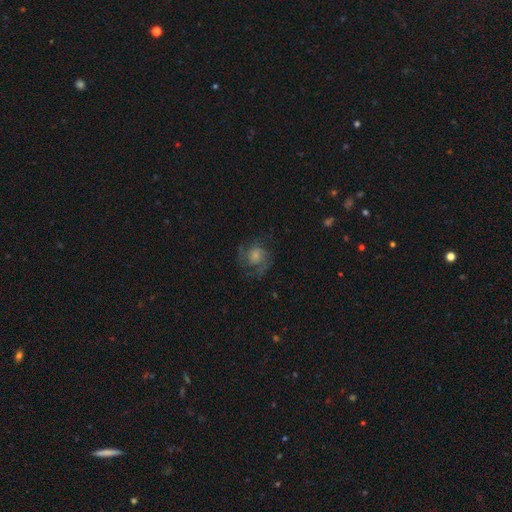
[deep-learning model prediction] A featured or disk galaxy (58%) with no bar (72%), spiral arms (86%) and a moderate central bulge (30%).

Vote fractions:
- Smooth or featured? featured or disk: 58% / smooth: 32% / star or artifact: 10%
- Edge-on disk? no: 98% / yes: 2%
- Bar? no: 72% / weak: 24% / strong: 4%
- Spiral arms? yes: 86% / no: 14%
- Bulge size? moderate: 30% / small: 28% / large: 20% / none: 18% / dominant: 4%
- Merging? none: 63% / minor disturbance: 18% / major disturbance: 17% / merger: 1%